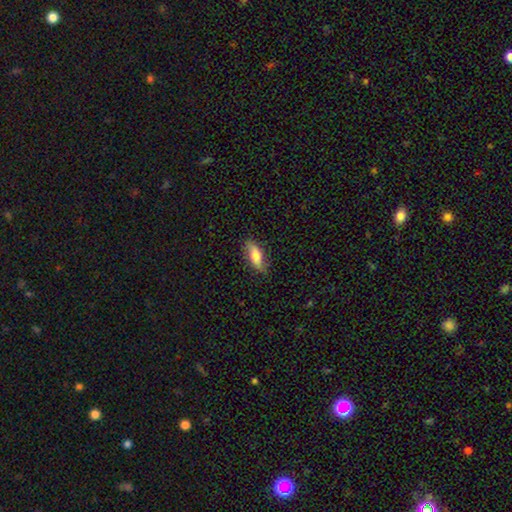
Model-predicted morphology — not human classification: The model was most divided on "how rounded": in between: 67%, cigar-shaped: 30%, round: 3%. More confident: merging — none (81%); smooth or featured — smooth (68%).